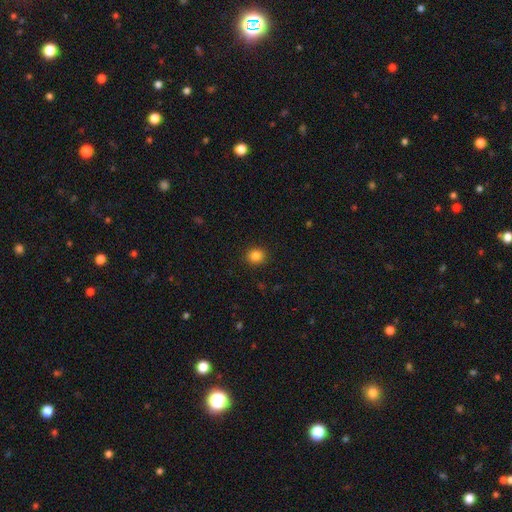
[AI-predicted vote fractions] This appears to be a smooth galaxy with no disk features (84%) that is round (81%). Merging: none (91%).